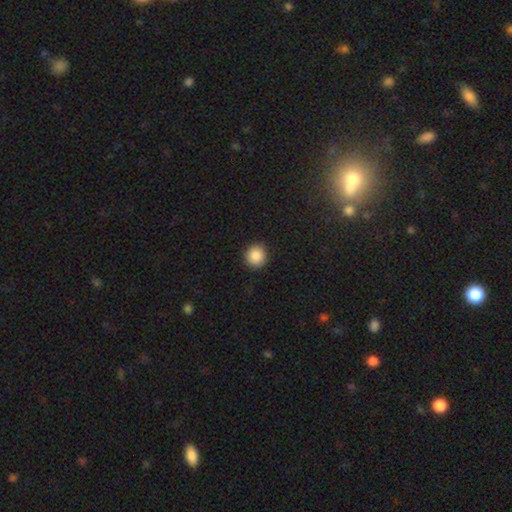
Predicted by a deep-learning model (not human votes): Q: Smooth or featured?
A: smooth (88%); runner-up: star or artifact (9%)
Q: How rounded?
A: round (92%); runner-up: in between (7%)
Q: Merging?
A: none (92%); runner-up: minor disturbance (6%)